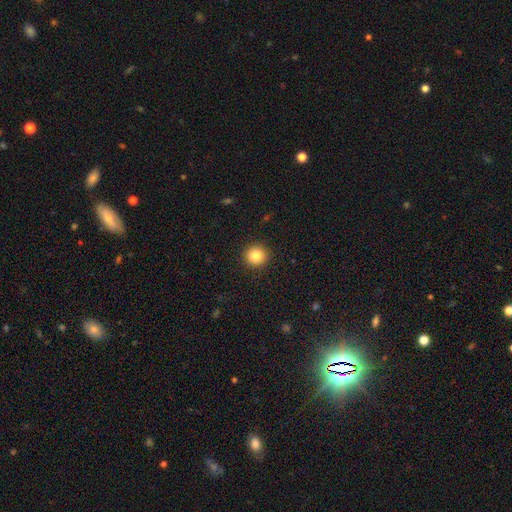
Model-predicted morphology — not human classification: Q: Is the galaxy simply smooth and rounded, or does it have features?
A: smooth — 83%.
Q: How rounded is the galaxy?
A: round — 94%.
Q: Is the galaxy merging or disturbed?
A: none — 93%.